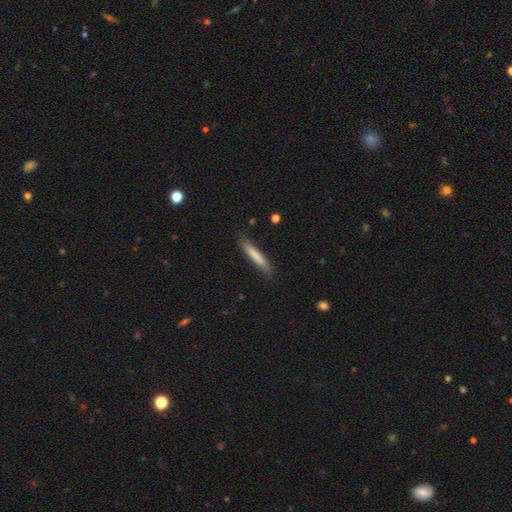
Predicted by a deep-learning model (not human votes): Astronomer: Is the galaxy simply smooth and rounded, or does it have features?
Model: smooth — 76%.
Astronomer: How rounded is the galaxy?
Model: cigar-shaped — 93%.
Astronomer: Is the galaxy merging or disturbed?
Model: none — 85%.